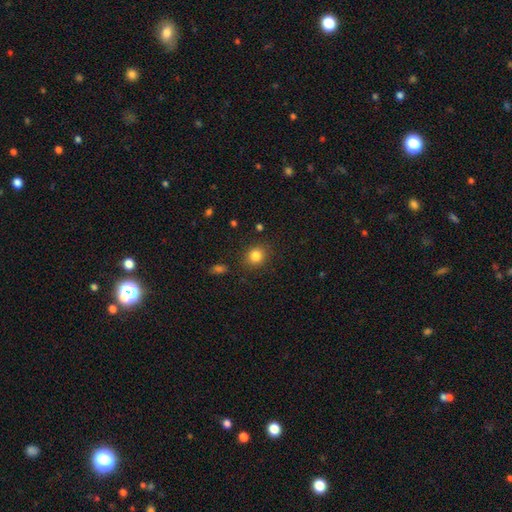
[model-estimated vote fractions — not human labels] smooth 83%, star or artifact 11%, featured or disk 6%. Down the decision tree: how rounded — round (77%); merging — none (86%).